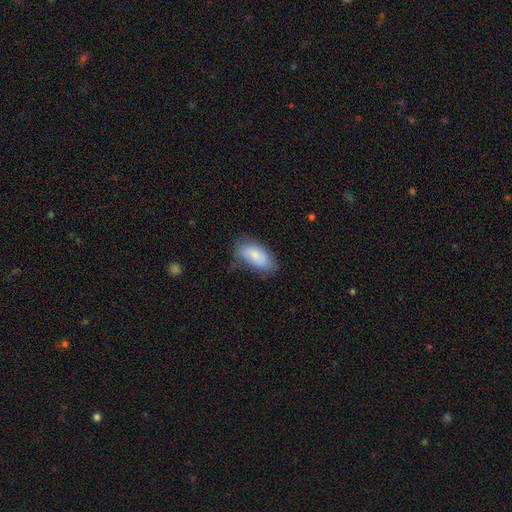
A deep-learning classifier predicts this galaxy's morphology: smooth_or_featured: smooth (p=0.76) [alt: featured or disk p=0.18]
how_rounded: in between (p=0.93) [alt: cigar-shaped p=0.04]
merging: none (p=0.62) [alt: minor disturbance p=0.28]